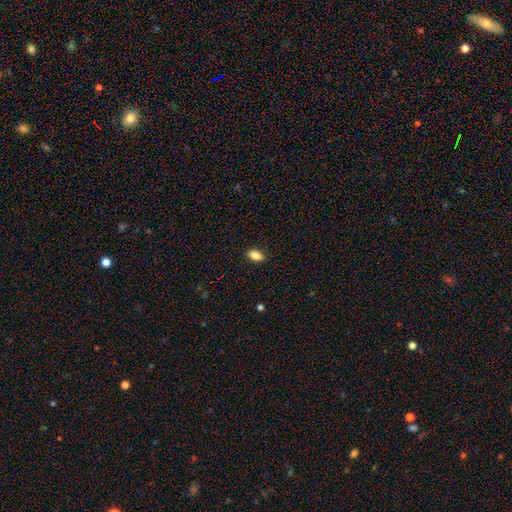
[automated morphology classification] Smooth or featured: smooth — 83% (star or artifact — 9%)
How rounded: in between — 87% (round — 7%)
Merging: none — 87% (minor disturbance — 10%)